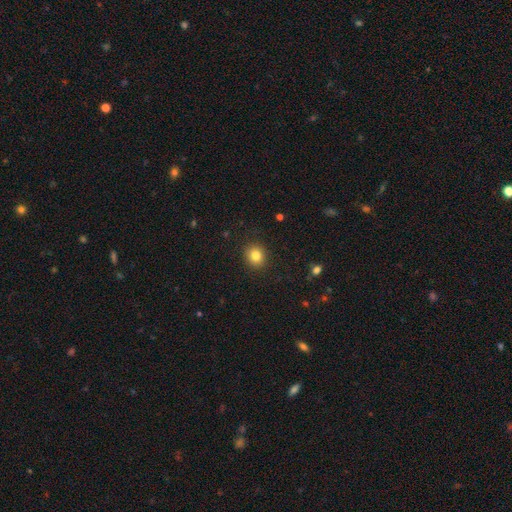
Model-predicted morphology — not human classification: type=smooth (83%); roundness=round (81%); merging=none (90%).